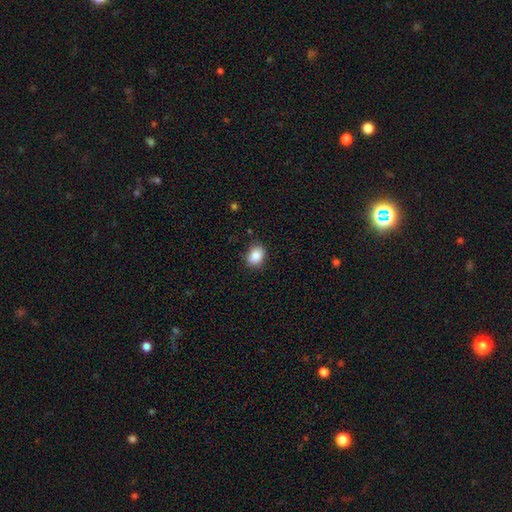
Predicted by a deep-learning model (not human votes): Morphology: type=smooth (87%); roundness=in between (68%); merging=none (81%).